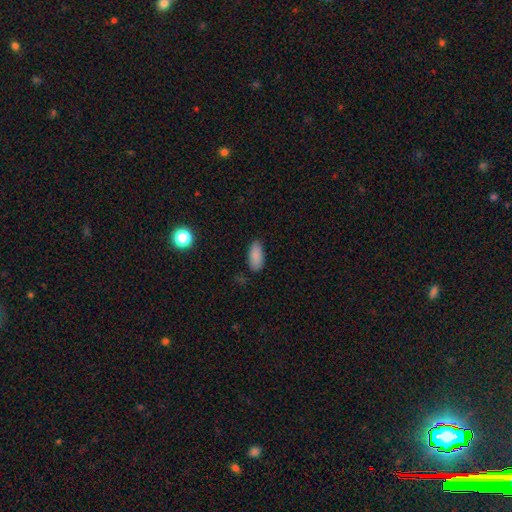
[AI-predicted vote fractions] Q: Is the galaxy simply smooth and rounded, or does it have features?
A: smooth — 88%.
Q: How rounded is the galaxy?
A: in between — 88%.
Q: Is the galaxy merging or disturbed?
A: none — 82%.